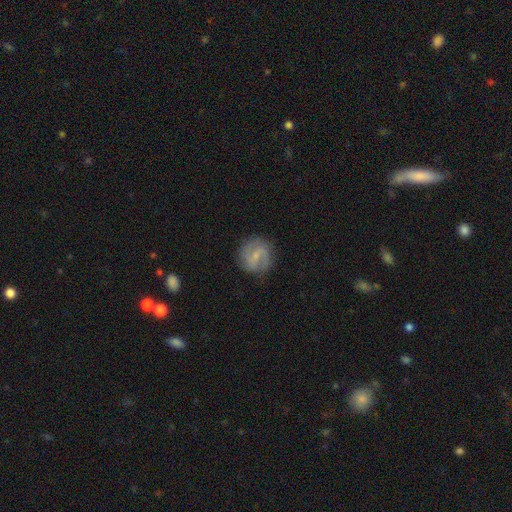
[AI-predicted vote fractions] Smooth or featured: featured or disk — 68% (smooth — 25%)
Edge-on disk: no — 98% (yes — 2%)
Bar: weak — 56% (no — 27%)
Spiral arms: yes — 89% (no — 11%)
Spiral winding: medium — 46% (loose — 29%)
Spiral arm count: 2 — 78% (can't tell — 11%)
Bulge size: small — 68% (moderate — 19%)
Merging: none — 79% (minor disturbance — 15%)